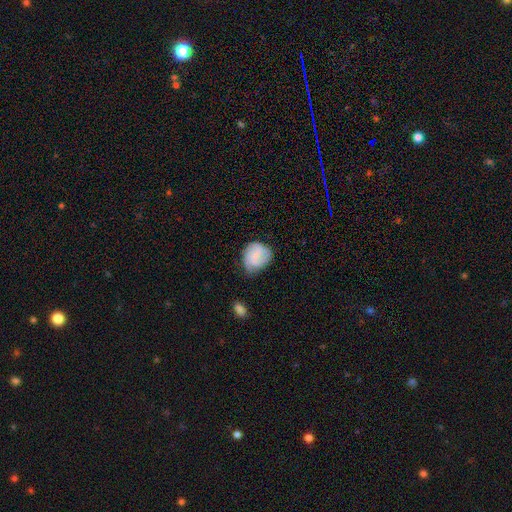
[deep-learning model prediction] smooth 55%, featured or disk 38%, star or artifact 7%. Down the decision tree: how rounded — round (68%); merging — none (52%).